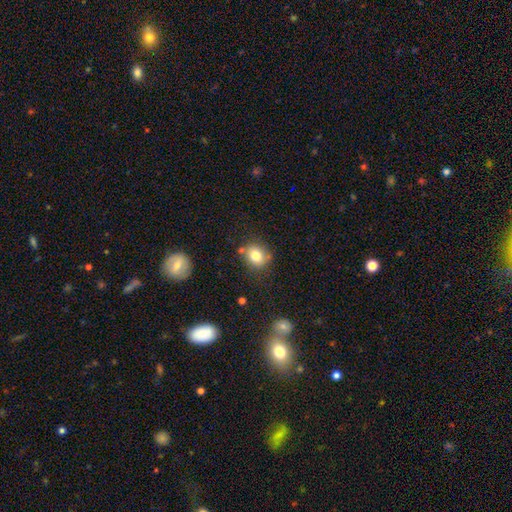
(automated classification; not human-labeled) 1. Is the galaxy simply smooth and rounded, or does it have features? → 80% smooth, 11% star or artifact, 10% featured or disk.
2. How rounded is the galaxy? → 71% round, 28% in between, 1% cigar-shaped.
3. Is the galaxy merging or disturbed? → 74% none, 16% minor disturbance, 7% merger, 4% major disturbance.